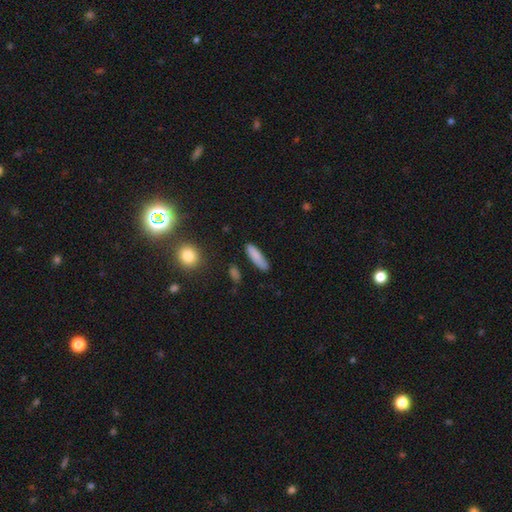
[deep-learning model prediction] A smooth galaxy with no disk features (85%) that is cigar-shaped (70%). Merging: none (83%).